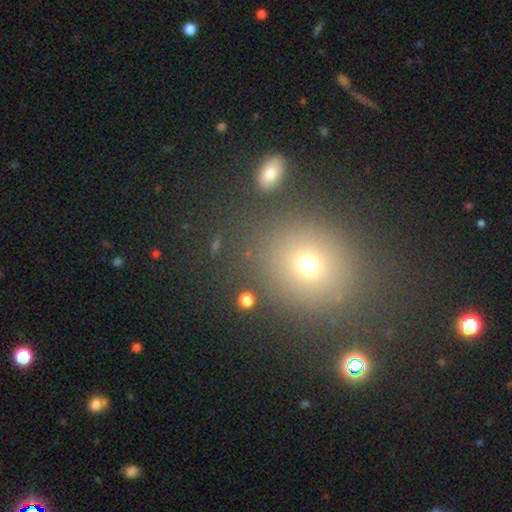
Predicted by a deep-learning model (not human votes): The model was most divided on "smooth or featured": smooth: 60%, star or artifact: 31%, featured or disk: 9%. More confident: merging — none (83%); how rounded — round (72%).